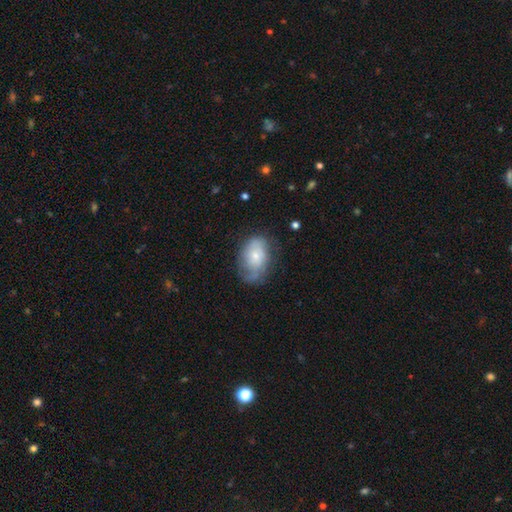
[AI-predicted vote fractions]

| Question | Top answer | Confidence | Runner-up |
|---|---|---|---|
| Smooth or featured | smooth | 53% | featured or disk (39%) |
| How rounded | in between | 83% | round (16%) |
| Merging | none | 51% | minor disturbance (30%) |